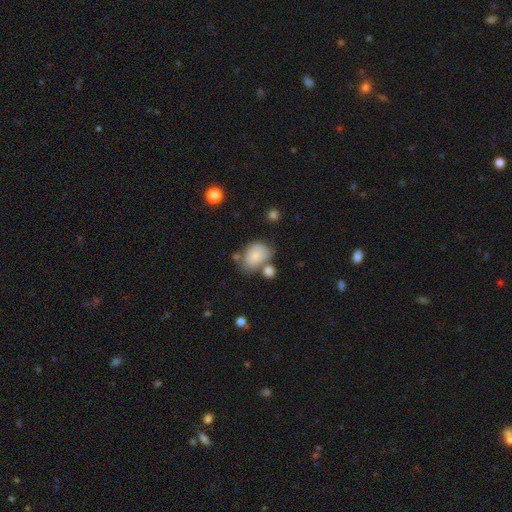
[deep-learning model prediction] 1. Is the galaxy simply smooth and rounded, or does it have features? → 78% smooth, 14% featured or disk, 8% star or artifact.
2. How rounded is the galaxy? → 72% in between, 27% round, 1% cigar-shaped.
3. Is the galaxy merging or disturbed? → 44% none, 25% merger, 22% minor disturbance, 9% major disturbance.